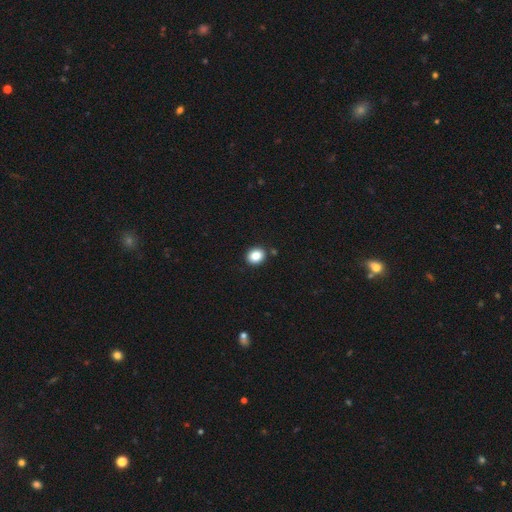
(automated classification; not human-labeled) Smooth or featured: smooth — 86% (star or artifact — 9%)
How rounded: round — 63% (in between — 37%)
Merging: none — 88% (minor disturbance — 7%)